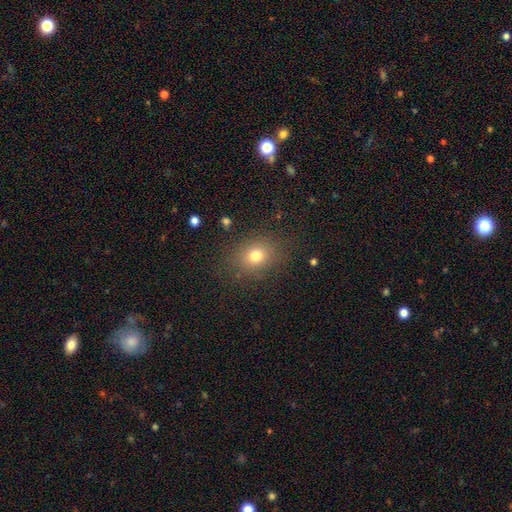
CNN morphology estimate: A smooth galaxy with no disk features (76%) that is round (50%).

Vote fractions:
- Smooth or featured? smooth: 76% / star or artifact: 14% / featured or disk: 10%
- How rounded? round: 50% / in between: 49% / cigar-shaped: 1%
- Merging? none: 83% / minor disturbance: 11% / major disturbance: 5% / merger: 1%